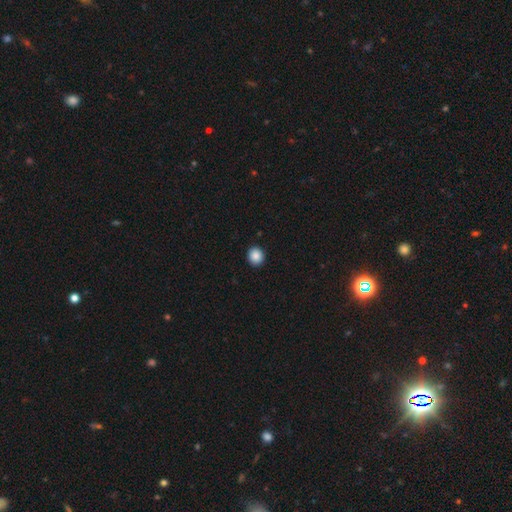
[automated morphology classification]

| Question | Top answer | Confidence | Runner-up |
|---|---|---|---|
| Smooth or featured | smooth | 88% | star or artifact (9%) |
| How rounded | round | 80% | in between (19%) |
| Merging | none | 92% | minor disturbance (5%) |